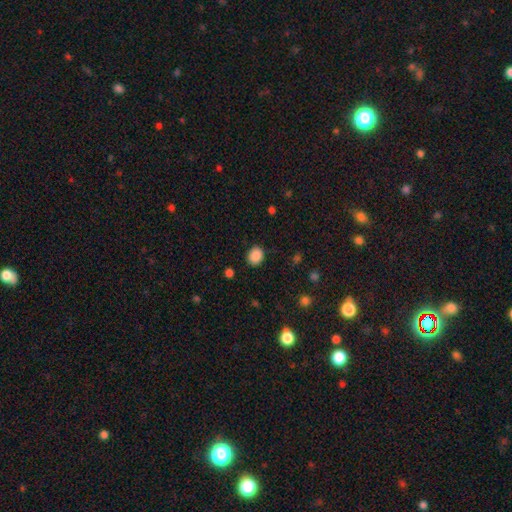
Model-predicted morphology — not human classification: Overall: smooth (88%). How rounded: round (59%; in between 40%). Merging: none (87%).